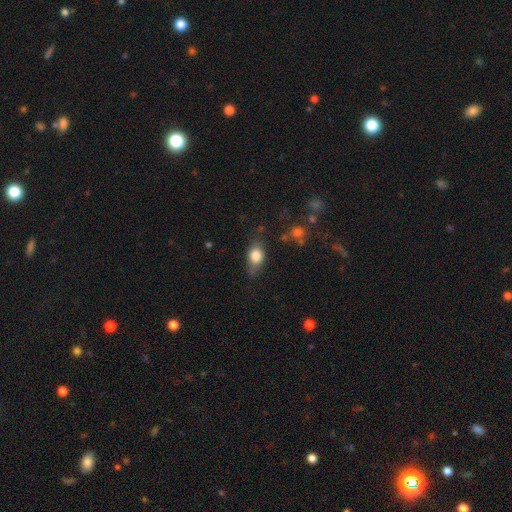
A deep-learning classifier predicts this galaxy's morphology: smooth-or-featured: smooth: 78% | featured or disk: 14% | star or artifact: 8%
  how-rounded: in between: 72% | round: 23% | cigar-shaped: 5%
  merging: none: 60% | minor disturbance: 29% | major disturbance: 8% | merger: 2%